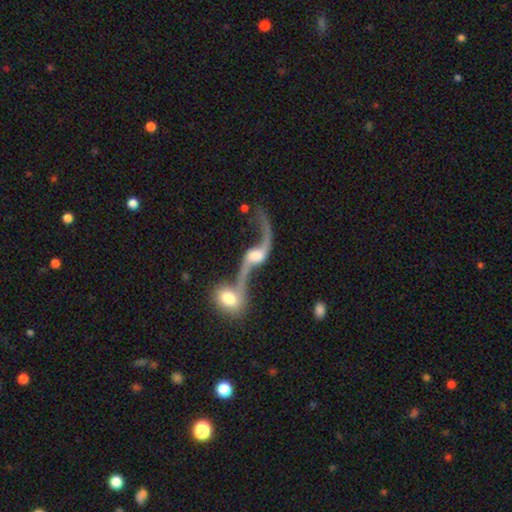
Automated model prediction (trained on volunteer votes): This is clearly a featured or disk galaxy (85%). It is clearly not viewed edge-on (91%). Bar: possibly no (47%). Spiral arm pattern: clearly yes (93%). Spiral arm count: clearly 2 (90%). Spiral winding: clearly loose (95%). Central bulge: possibly moderate (46%). Merging: possibly merger (50%).